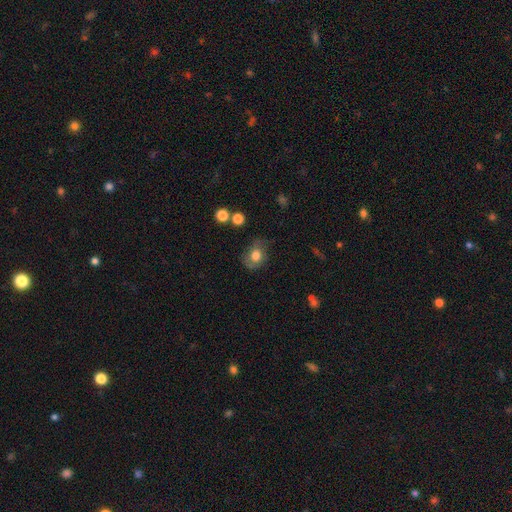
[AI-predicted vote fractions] smooth-or-featured: smooth: 65% | featured or disk: 26% | star or artifact: 9%
  how-rounded: round: 51% | in between: 48% | cigar-shaped: 1%
  merging: none: 54% | minor disturbance: 28% | major disturbance: 15% | merger: 3%